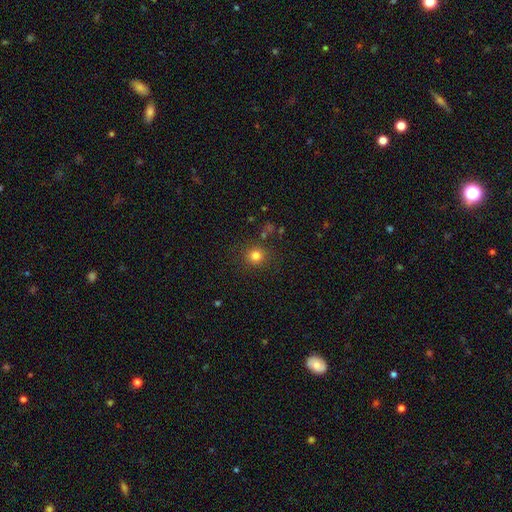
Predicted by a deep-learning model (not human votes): Morphology: type=smooth (80%); roundness=round (93%); merging=none (87%).